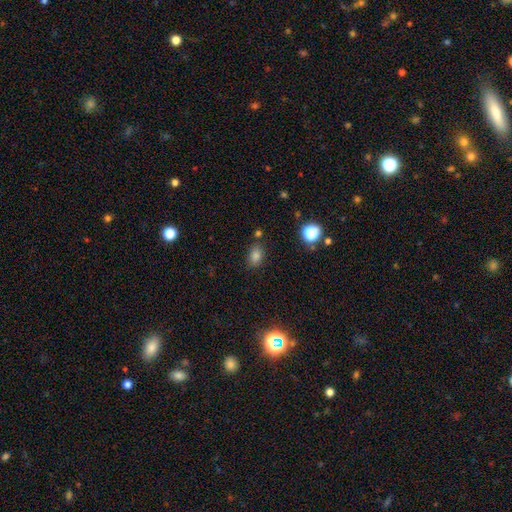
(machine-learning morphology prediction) Smooth or featured? smooth (77%)
How rounded? in between (75%)
Merging? none (78%)